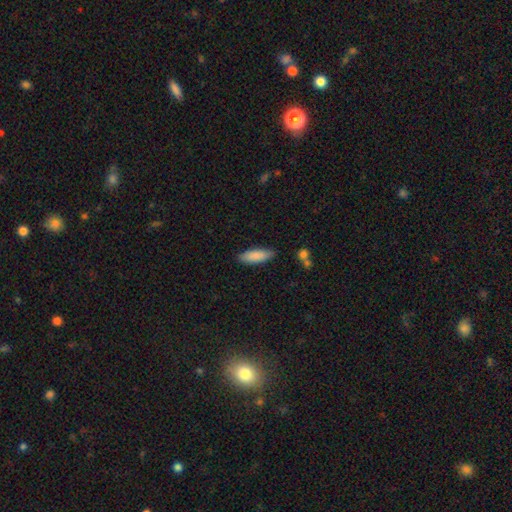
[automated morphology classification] Q: Smooth or featured?
A: smooth (87%); runner-up: featured or disk (7%)
Q: How rounded?
A: in between (56%); runner-up: cigar-shaped (43%)
Q: Merging?
A: none (84%); runner-up: minor disturbance (12%)